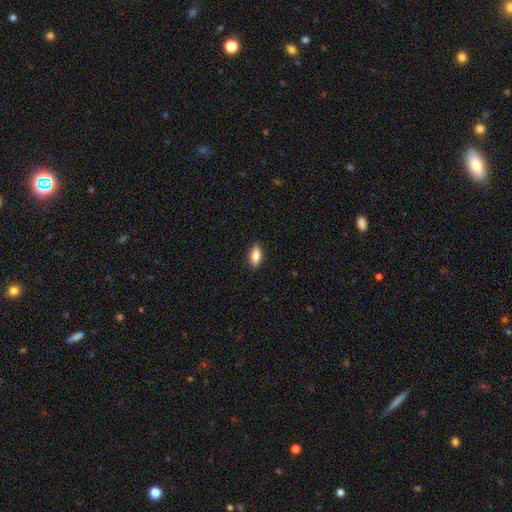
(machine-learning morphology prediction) Overall: smooth (76%). How rounded: in between (73%). Merging: none (88%).